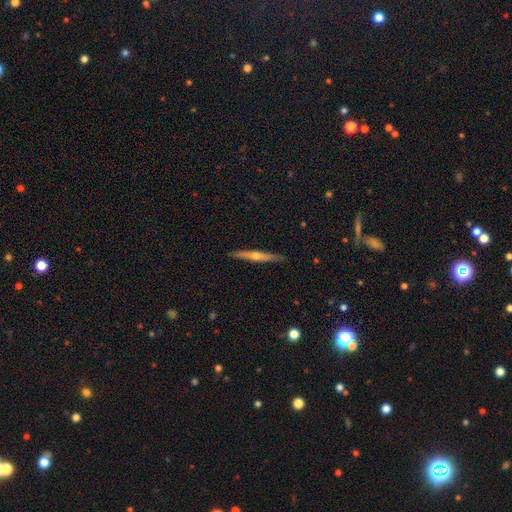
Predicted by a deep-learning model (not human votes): Morphology: type=featured or disk (62%); edge-on=yes (97%); edge-on bulge=rounded (79%); merging=none (90%).